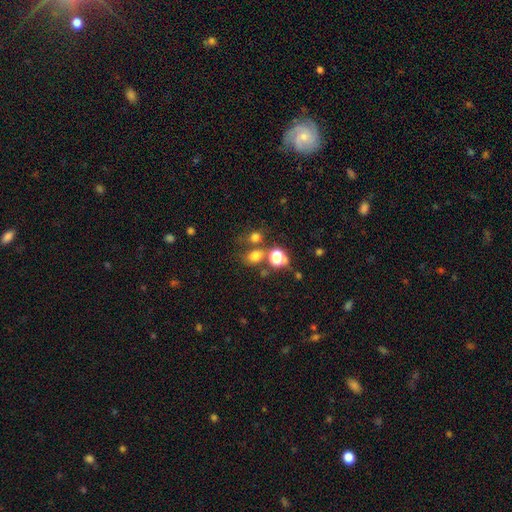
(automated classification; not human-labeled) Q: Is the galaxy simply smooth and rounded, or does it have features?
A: smooth — 70%.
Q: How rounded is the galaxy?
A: round — 54%.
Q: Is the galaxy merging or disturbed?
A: none — 57%.